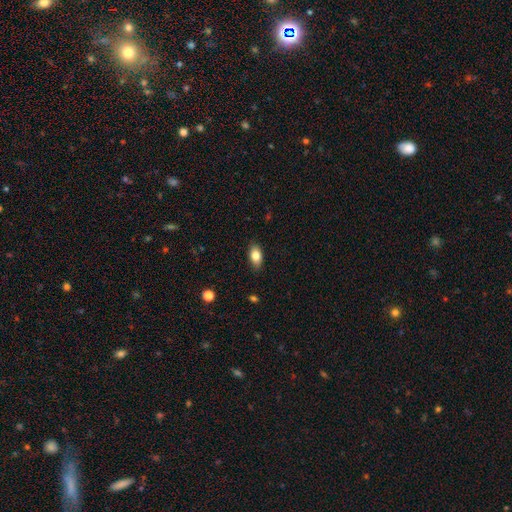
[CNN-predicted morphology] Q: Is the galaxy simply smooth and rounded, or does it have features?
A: smooth — 80%.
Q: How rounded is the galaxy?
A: in between — 89%.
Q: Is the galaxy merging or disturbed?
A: none — 86%.